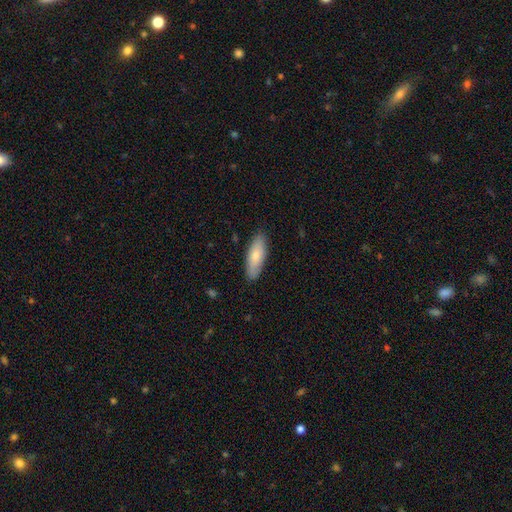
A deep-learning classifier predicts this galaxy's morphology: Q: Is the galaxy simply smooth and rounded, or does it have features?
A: smooth — 76%.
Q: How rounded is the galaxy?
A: in between — 65%.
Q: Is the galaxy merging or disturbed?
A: none — 86%.